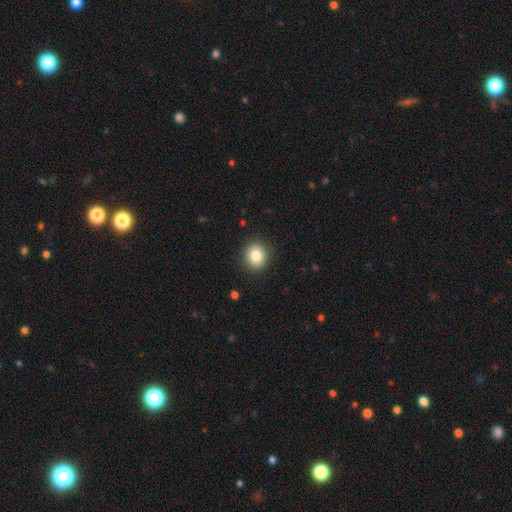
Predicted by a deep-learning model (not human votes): smooth-or-featured: smooth: 84% | star or artifact: 10% | featured or disk: 7%
  how-rounded: round: 82% | in between: 17% | cigar-shaped: 1%
  merging: none: 90% | minor disturbance: 7% | major disturbance: 2% | merger: 1%